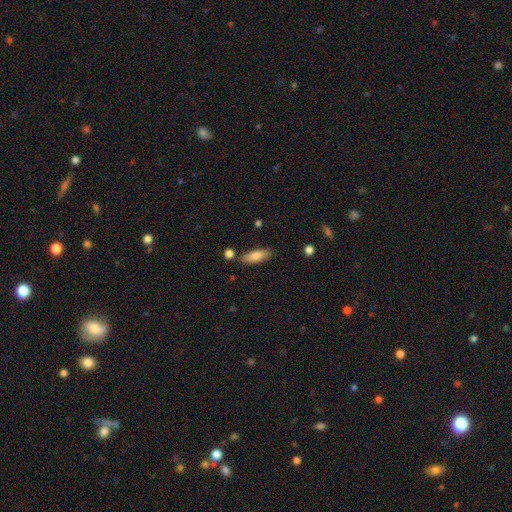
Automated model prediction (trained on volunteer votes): Smooth or featured: smooth — 77% (featured or disk — 16%)
How rounded: in between — 62% (cigar-shaped — 36%)
Merging: none — 82% (minor disturbance — 12%)